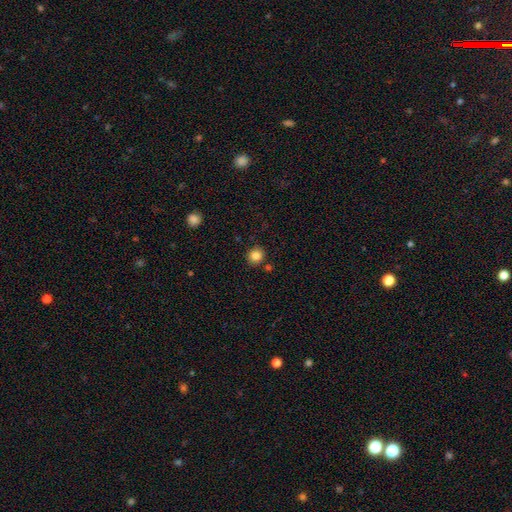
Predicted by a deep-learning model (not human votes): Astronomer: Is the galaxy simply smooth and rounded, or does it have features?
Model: smooth — 84%.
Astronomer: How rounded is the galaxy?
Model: round — 87%.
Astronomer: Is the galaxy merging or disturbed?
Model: none — 84%.